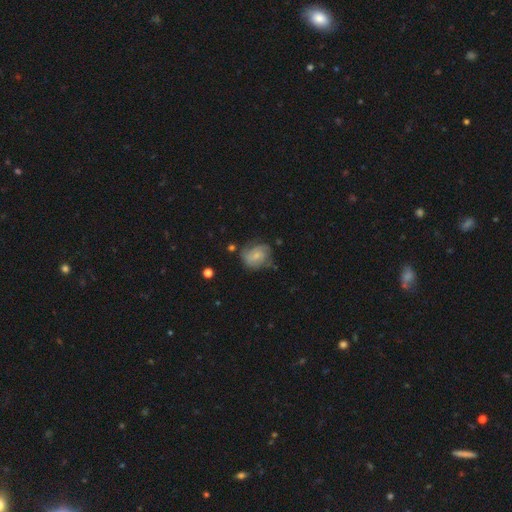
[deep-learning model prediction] The model was most divided on "smooth or featured": featured or disk: 48%, smooth: 44%, star or artifact: 8%. More confident: merging — none (55%).